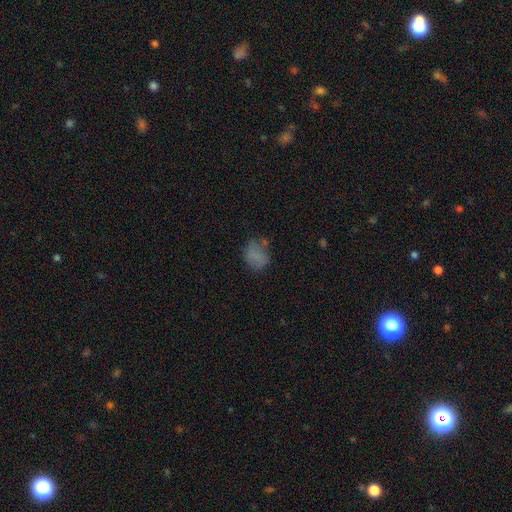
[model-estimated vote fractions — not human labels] Morphology: type=smooth (75%); roundness=in between (51%); merging=none (61%).